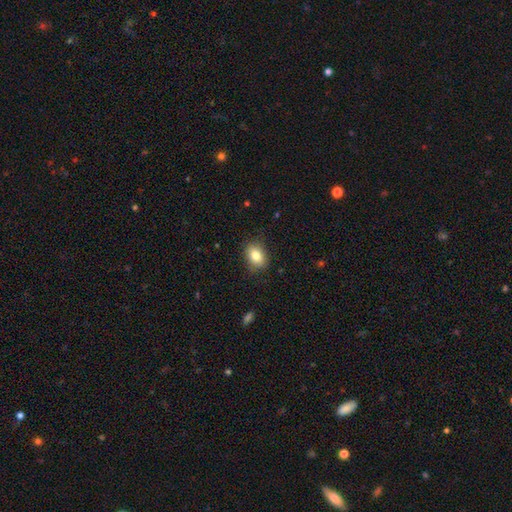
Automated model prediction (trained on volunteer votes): smooth-or-featured: smooth: 82% | featured or disk: 10% | star or artifact: 9%
  how-rounded: in between: 72% | round: 26% | cigar-shaped: 1%
  merging: none: 82% | minor disturbance: 14% | major disturbance: 3% | merger: 1%